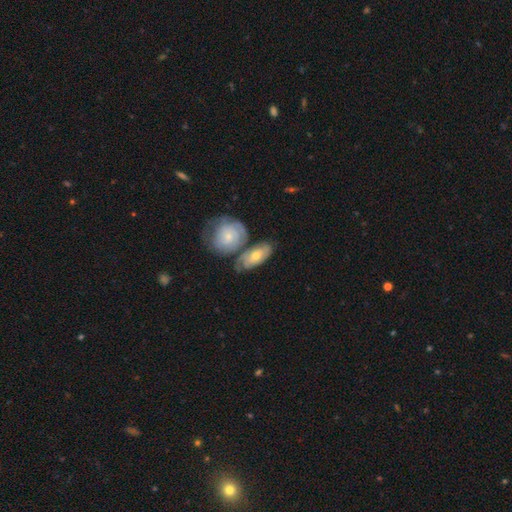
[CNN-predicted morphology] Smooth or featured? featured or disk (62%)
Edge-on disk? no (90%)
Bar? no (79%)
Spiral arms? yes (79%)
Bulge size? small (51%)
Merging? none (48%)